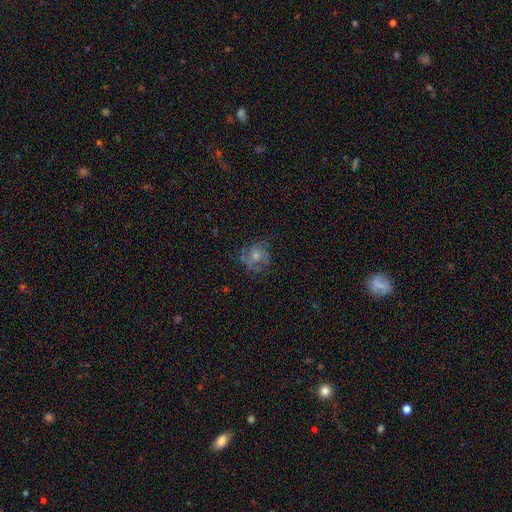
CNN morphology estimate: This appears to be a featured or disk galaxy (47%). Merging: none (57%).